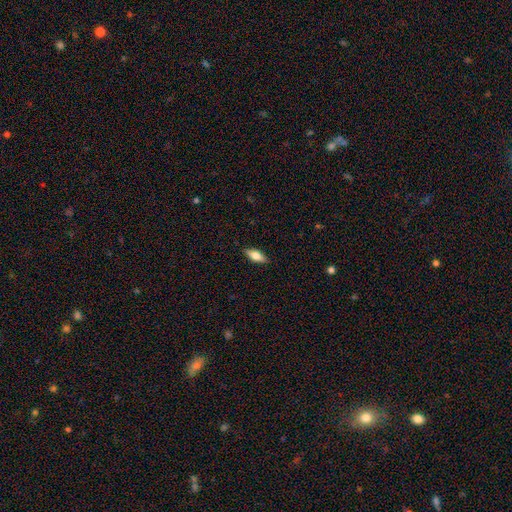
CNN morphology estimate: Q: Smooth or featured?
A: smooth (73%); runner-up: featured or disk (21%)
Q: How rounded?
A: in between (79%); runner-up: cigar-shaped (19%)
Q: Merging?
A: none (87%); runner-up: minor disturbance (10%)